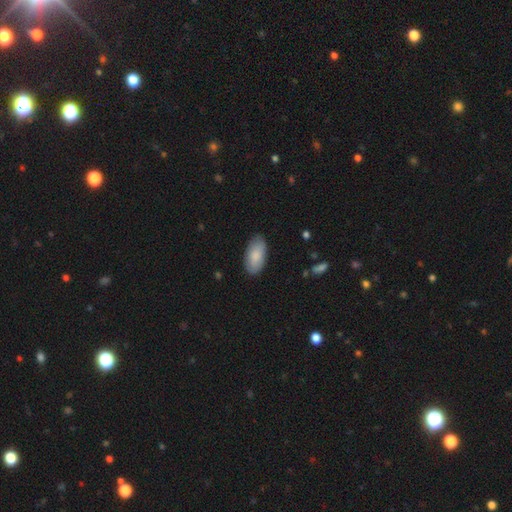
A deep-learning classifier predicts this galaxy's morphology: Smooth or featured: smooth — 84% (featured or disk — 11%)
How rounded: in between — 95% (cigar-shaped — 3%)
Merging: none — 83% (minor disturbance — 13%)